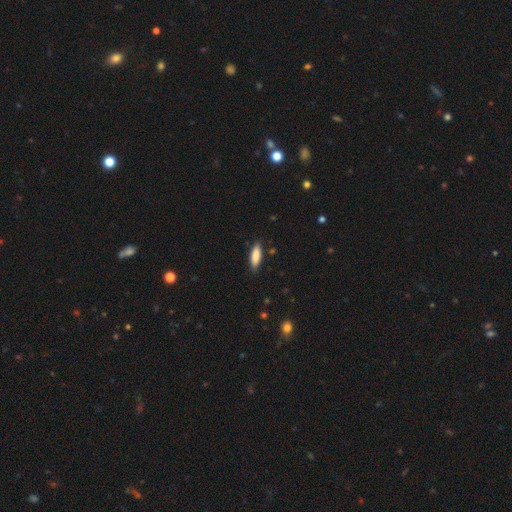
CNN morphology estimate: smooth-or-featured: smooth: 83% | featured or disk: 11% | star or artifact: 6%
  how-rounded: cigar-shaped: 51% | in between: 48% | round: 2%
  merging: none: 86% | minor disturbance: 10% | major disturbance: 2% | merger: 1%